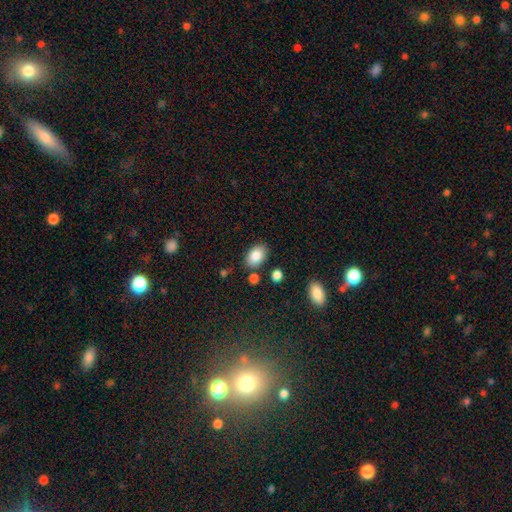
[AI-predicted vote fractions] Smooth or featured: smooth — 86% (star or artifact — 8%)
How rounded: in between — 87% (round — 12%)
Merging: none — 78% (minor disturbance — 13%)